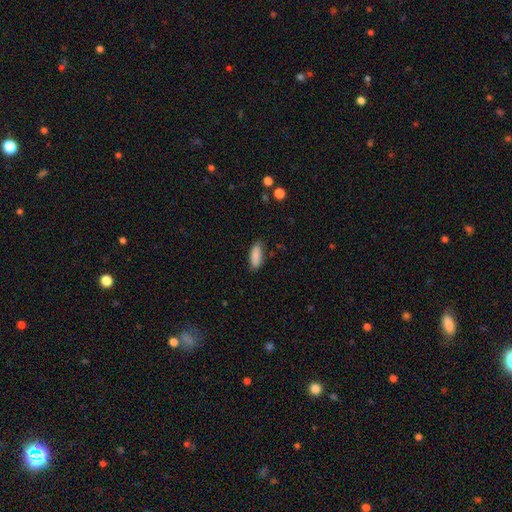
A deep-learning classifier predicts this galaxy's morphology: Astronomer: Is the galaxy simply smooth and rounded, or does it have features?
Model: smooth — 88%.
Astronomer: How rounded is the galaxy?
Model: in between — 75%.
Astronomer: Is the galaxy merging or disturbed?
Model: none — 83%.